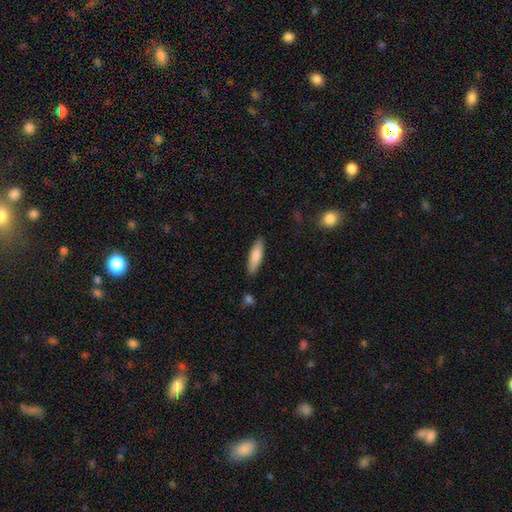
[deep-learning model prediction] smooth_or_featured: smooth (p=0.82) [alt: featured or disk p=0.12]
how_rounded: cigar-shaped (p=0.60) [alt: in between p=0.38]
merging: none (p=0.87) [alt: minor disturbance p=0.09]